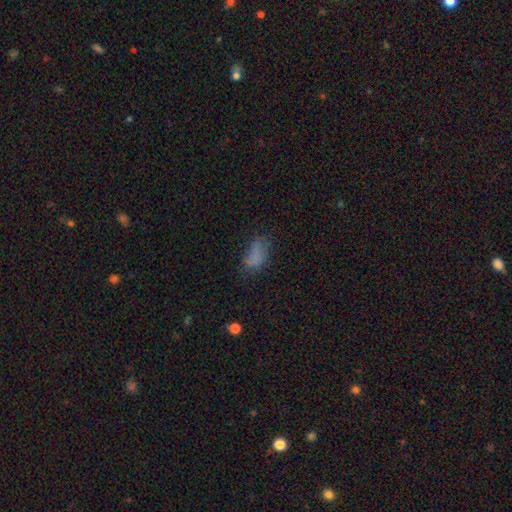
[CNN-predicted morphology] Smooth or featured?
  - smooth: 69% *
  - star or artifact: 16%
  - featured or disk: 15%
How rounded?
  - in between: 88% *
  - cigar-shaped: 6%
  - round: 6%
Merging?
  - none: 49% *
  - minor disturbance: 27%
  - major disturbance: 21%
  - merger: 4%